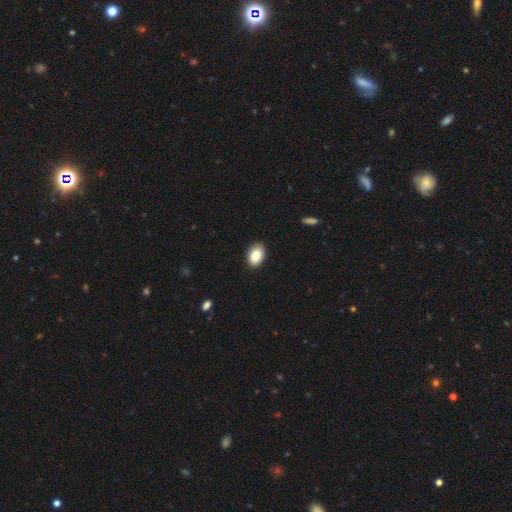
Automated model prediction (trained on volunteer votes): Smooth or featured? Predicted: smooth (p=0.84). How rounded? Predicted: in between (p=0.83). Merging? Predicted: none (p=0.89).